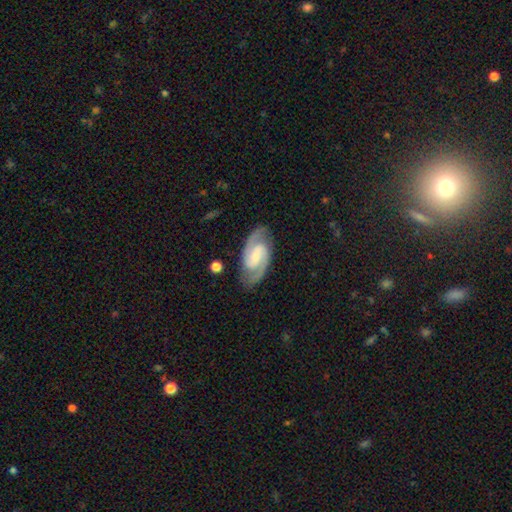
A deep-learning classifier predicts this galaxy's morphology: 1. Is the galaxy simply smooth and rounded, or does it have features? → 88% featured or disk, 8% smooth, 5% star or artifact.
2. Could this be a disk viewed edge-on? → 97% no, 3% yes.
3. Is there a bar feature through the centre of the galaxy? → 45% weak, 32% no, 24% strong.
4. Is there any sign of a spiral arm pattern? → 98% yes, 2% no.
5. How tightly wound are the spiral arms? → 52% medium, 39% tight, 9% loose.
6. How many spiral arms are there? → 93% 2, 3% can't tell, 1% 3, 1% 1, 1% 4, 1% more than 4.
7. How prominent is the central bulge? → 38% small, 32% none, 20% moderate, 7% large, 2% dominant.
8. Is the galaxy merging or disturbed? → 84% none, 11% minor disturbance, 3% major disturbance, 1% merger.